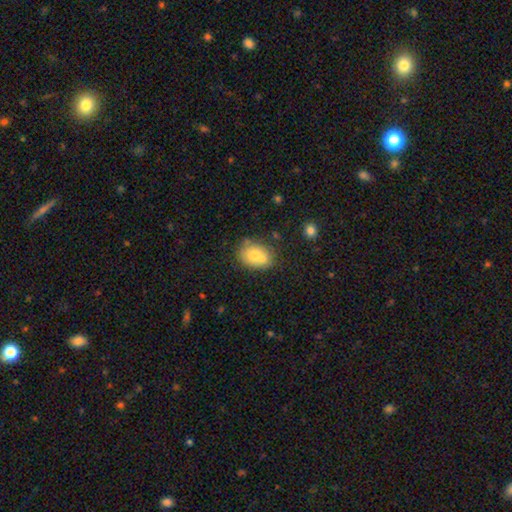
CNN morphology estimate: This appears to be a smooth galaxy with no disk features (70%) that is in between round and cigar-shaped (65%). Merging: none (47%).